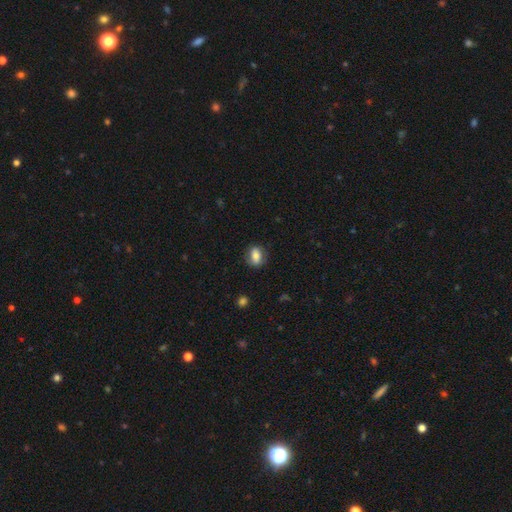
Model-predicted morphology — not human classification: Smooth or featured?
  - smooth: 76% *
  - featured or disk: 16%
  - star or artifact: 8%
How rounded?
  - in between: 70% *
  - round: 27%
  - cigar-shaped: 3%
Merging?
  - none: 80% *
  - minor disturbance: 15%
  - major disturbance: 4%
  - merger: 1%